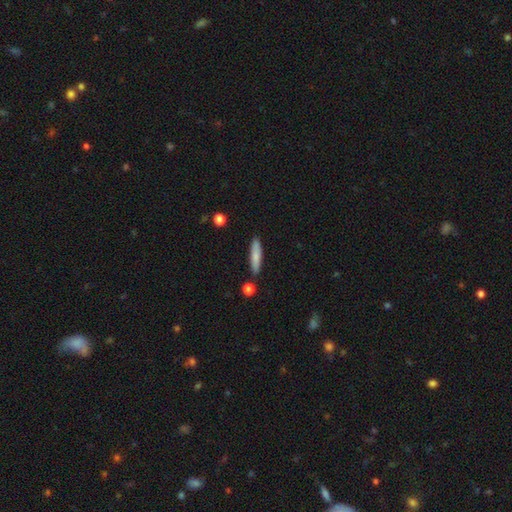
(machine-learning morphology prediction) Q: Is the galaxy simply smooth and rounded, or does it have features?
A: smooth — 78%.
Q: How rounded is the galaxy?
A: cigar-shaped — 81%.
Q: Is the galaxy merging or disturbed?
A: none — 85%.